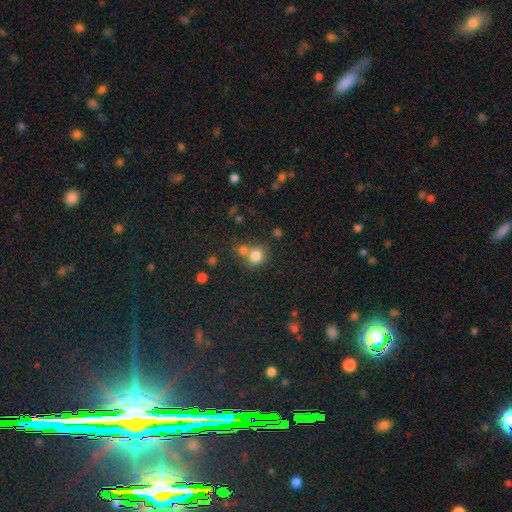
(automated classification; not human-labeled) A smooth galaxy with no disk features (80%) that is round (78%).

Vote fractions:
- Smooth or featured? smooth: 80% / star or artifact: 13% / featured or disk: 8%
- How rounded? round: 78% / in between: 21% / cigar-shaped: 1%
- Merging? none: 48% / merger: 39% / minor disturbance: 9% / major disturbance: 4%